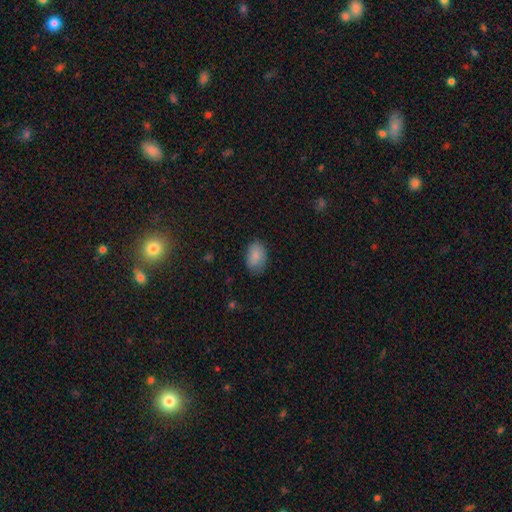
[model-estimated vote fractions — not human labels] This appears to be a smooth galaxy with no disk features (86%) that is in between round and cigar-shaped (84%). Merging: none (76%).